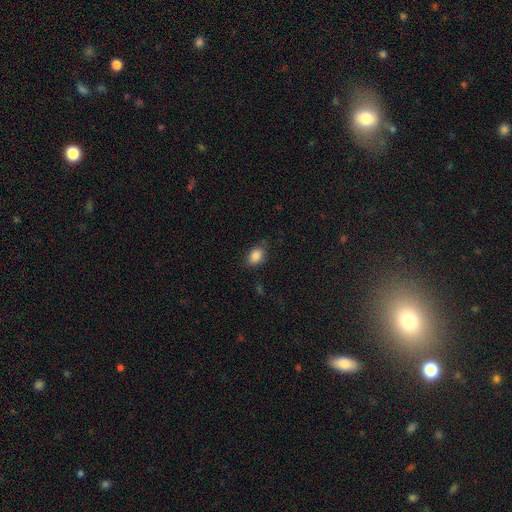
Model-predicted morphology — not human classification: smooth 87%, star or artifact 9%, featured or disk 4%. Down the decision tree: how rounded — in between (74%); merging — none (78%).